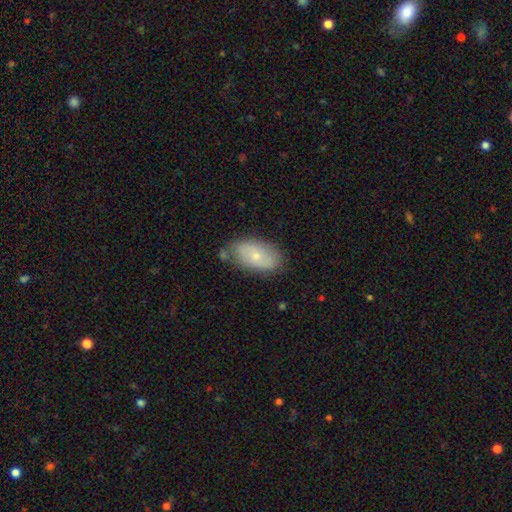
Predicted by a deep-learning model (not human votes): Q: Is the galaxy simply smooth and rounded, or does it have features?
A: smooth — 60%.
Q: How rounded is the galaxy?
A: in between — 92%.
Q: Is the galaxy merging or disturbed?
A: none — 72%.